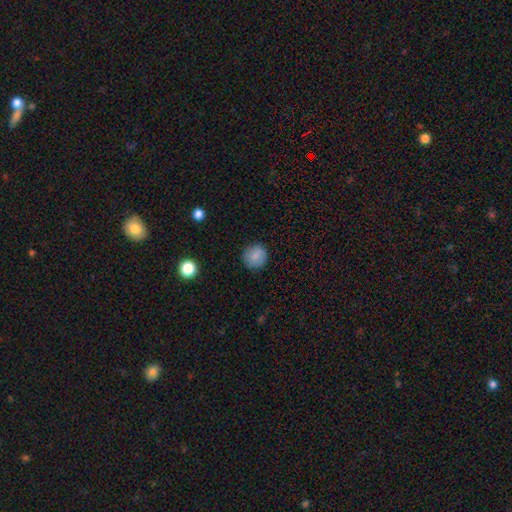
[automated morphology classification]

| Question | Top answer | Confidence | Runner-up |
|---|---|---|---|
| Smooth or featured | smooth | 85% | star or artifact (9%) |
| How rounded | round | 91% | in between (8%) |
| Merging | none | 88% | minor disturbance (8%) |